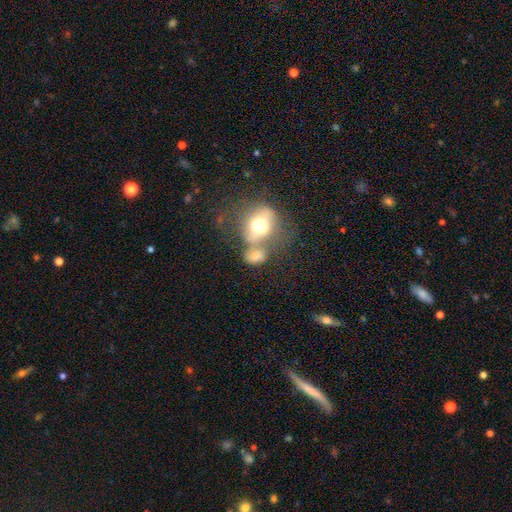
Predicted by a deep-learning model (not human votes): Smooth or featured?
  - smooth: 62% *
  - featured or disk: 26%
  - star or artifact: 11%
How rounded?
  - in between: 61% *
  - round: 36%
  - cigar-shaped: 3%
Merging?
  - merger: 45% *
  - none: 32%
  - minor disturbance: 13%
  - major disturbance: 11%